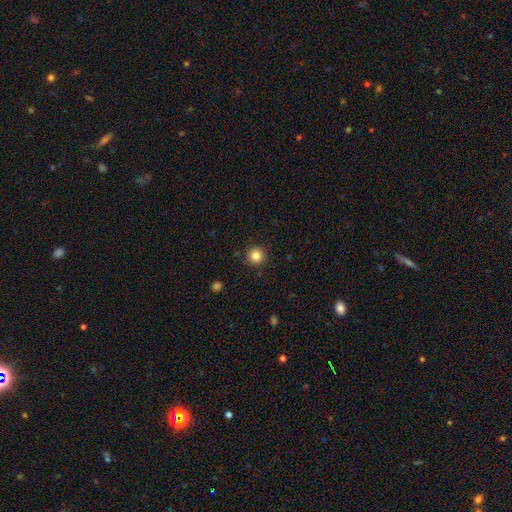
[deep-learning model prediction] This is clearly a smooth galaxy (84%). How rounded: clearly round (96%). Merging: clearly none (91%).